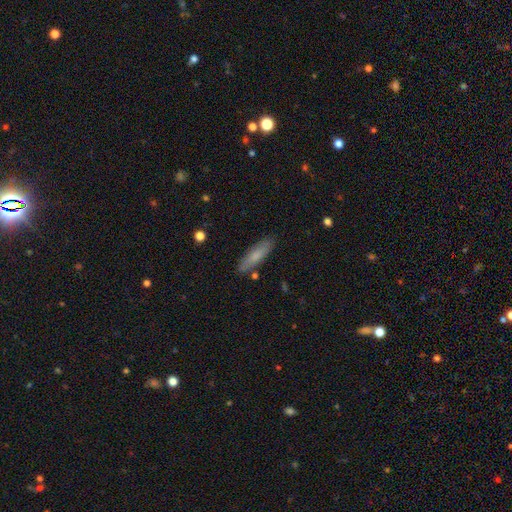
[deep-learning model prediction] Smooth or featured: smooth — 74% (featured or disk — 20%)
How rounded: cigar-shaped — 69% (in between — 29%)
Merging: none — 84% (minor disturbance — 12%)